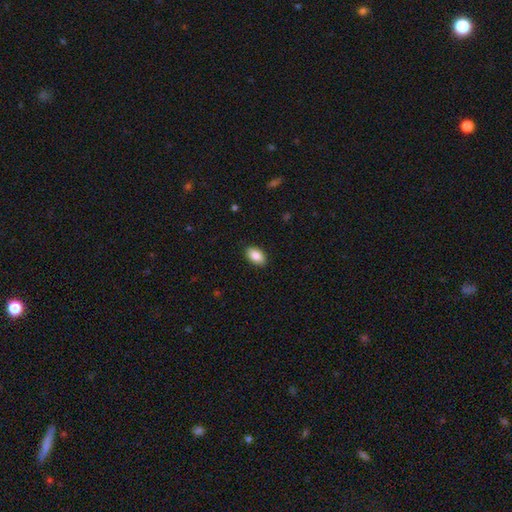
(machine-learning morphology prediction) smooth-or-featured: smooth: 87% | star or artifact: 7% | featured or disk: 6%
  how-rounded: in between: 93% | round: 5% | cigar-shaped: 2%
  merging: none: 89% | minor disturbance: 8% | major disturbance: 2% | merger: 1%